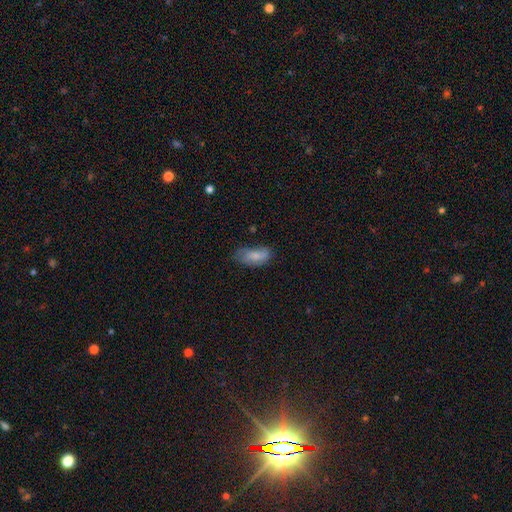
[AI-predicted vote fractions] smooth_or_featured: smooth (p=0.72) [alt: featured or disk p=0.21]
how_rounded: in between (p=0.91) [alt: cigar-shaped p=0.06]
merging: none (p=0.48) [alt: minor disturbance p=0.35]